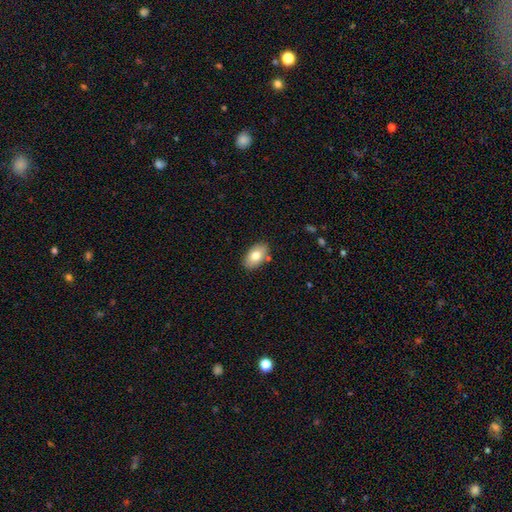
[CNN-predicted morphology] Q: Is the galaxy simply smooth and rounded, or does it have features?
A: smooth — 77%.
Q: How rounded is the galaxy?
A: in between — 93%.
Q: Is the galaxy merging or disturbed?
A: none — 84%.